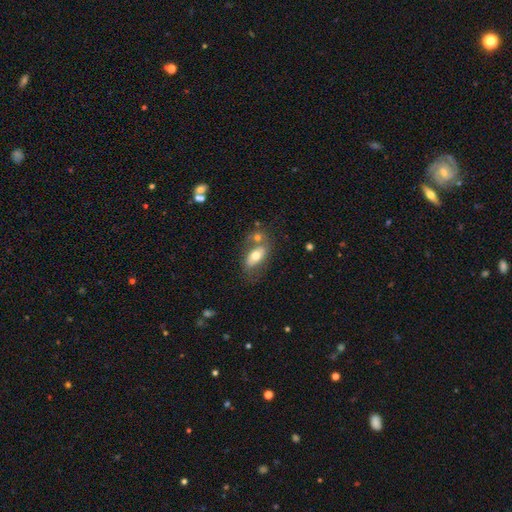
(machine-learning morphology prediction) type=smooth (63%); roundness=in between (87%); merging=none (52%).